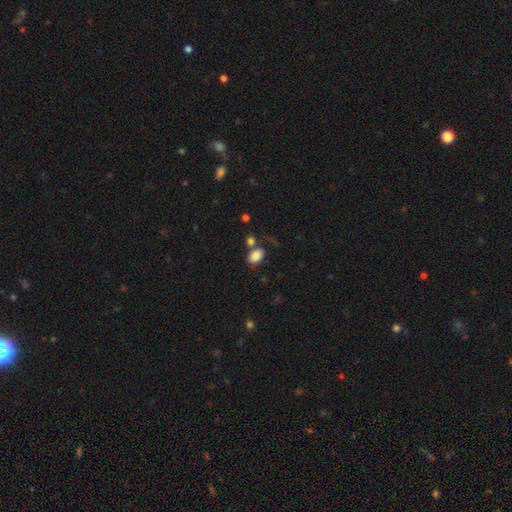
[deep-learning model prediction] Morphology: type=smooth (84%); roundness=in between (82%); merging=none (58%).